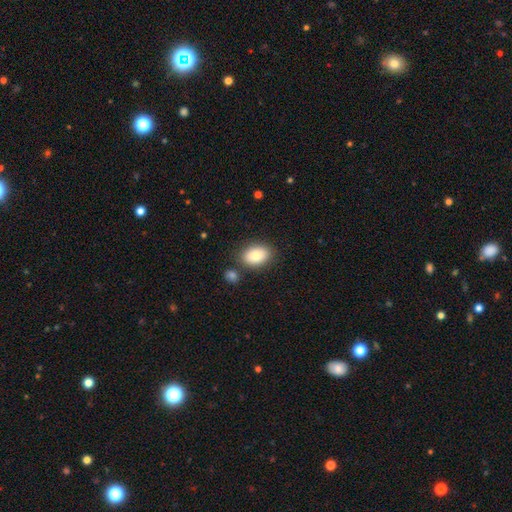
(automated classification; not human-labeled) Q: Smooth or featured?
A: smooth (83%); runner-up: featured or disk (10%)
Q: How rounded?
A: in between (85%); runner-up: round (14%)
Q: Merging?
A: none (80%); runner-up: minor disturbance (11%)